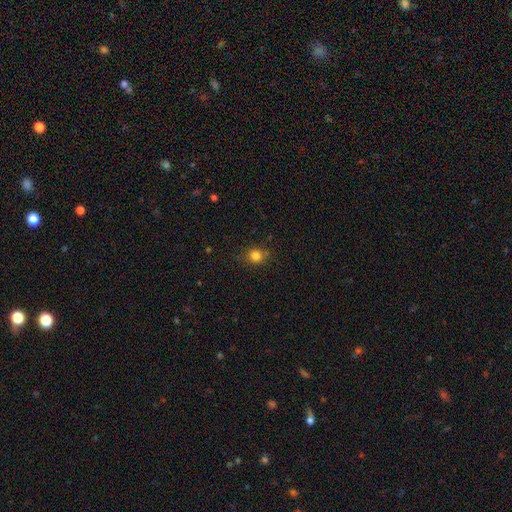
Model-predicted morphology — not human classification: This appears to be a smooth galaxy with no disk features (81%) that is round (78%). Merging: none (82%).